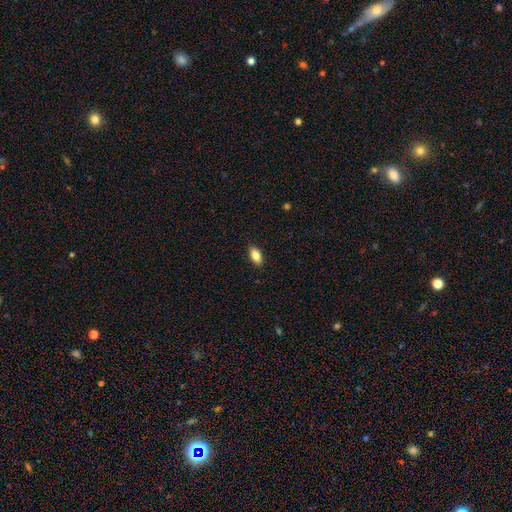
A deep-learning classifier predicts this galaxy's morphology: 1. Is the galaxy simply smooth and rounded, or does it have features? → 85% smooth, 8% featured or disk, 7% star or artifact.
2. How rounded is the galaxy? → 91% in between, 6% cigar-shaped, 4% round.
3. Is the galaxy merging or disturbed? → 88% none, 9% minor disturbance, 2% major disturbance, 1% merger.